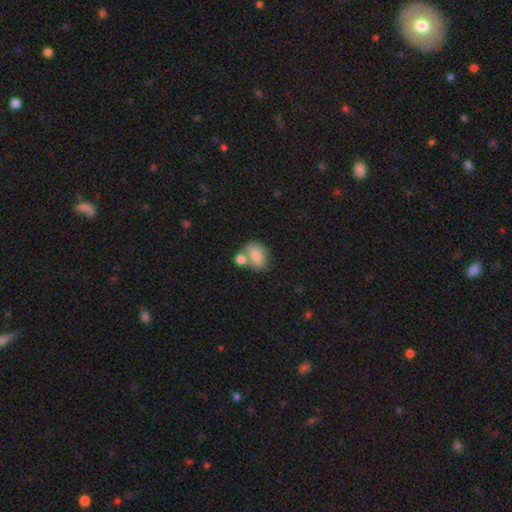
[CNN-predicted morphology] A smooth galaxy with no disk features (71%) that is in between round and cigar-shaped (62%). Merging: merger (46%).